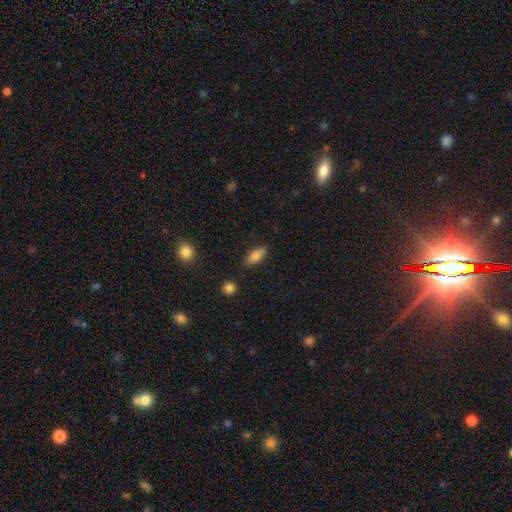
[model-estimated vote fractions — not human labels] A smooth galaxy with no disk features (81%) that is in between round and cigar-shaped (78%).

Vote fractions:
- Smooth or featured? smooth: 81% / featured or disk: 11% / star or artifact: 8%
- How rounded? in between: 78% / cigar-shaped: 19% / round: 3%
- Merging? none: 84% / minor disturbance: 11% / major disturbance: 3% / merger: 2%